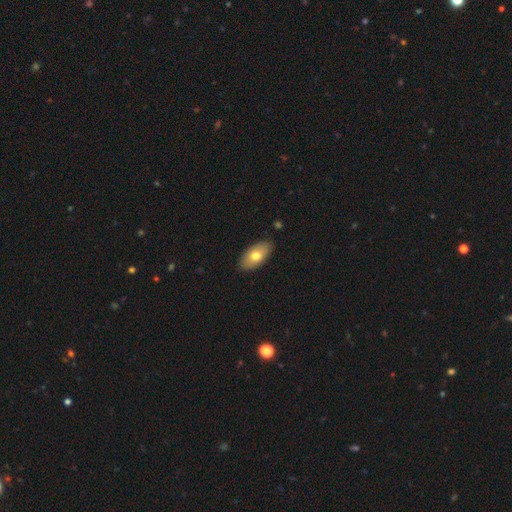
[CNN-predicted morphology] Q: Smooth or featured?
A: smooth (72%); runner-up: featured or disk (22%)
Q: How rounded?
A: in between (93%); runner-up: cigar-shaped (4%)
Q: Merging?
A: none (87%); runner-up: minor disturbance (10%)